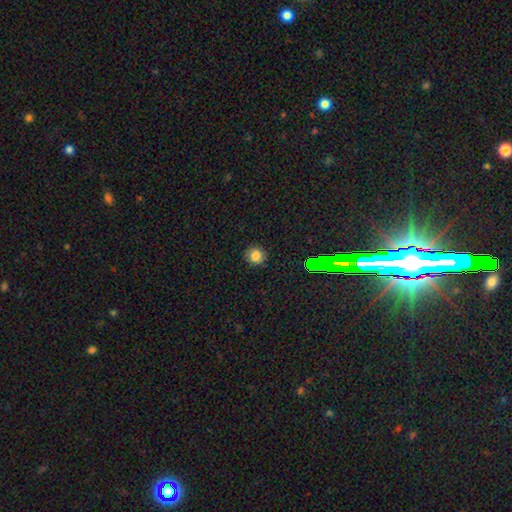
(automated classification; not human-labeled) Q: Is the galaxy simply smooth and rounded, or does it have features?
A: smooth — 77%.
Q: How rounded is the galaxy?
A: round — 87%.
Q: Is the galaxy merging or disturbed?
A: none — 85%.